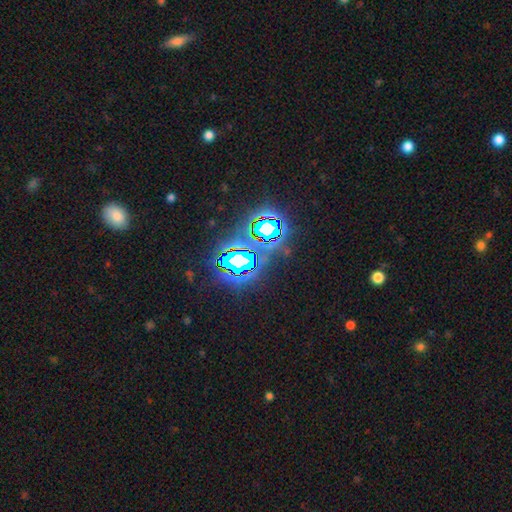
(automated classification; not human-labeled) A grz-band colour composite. It shows a star or artifact, not a galaxy (80%).